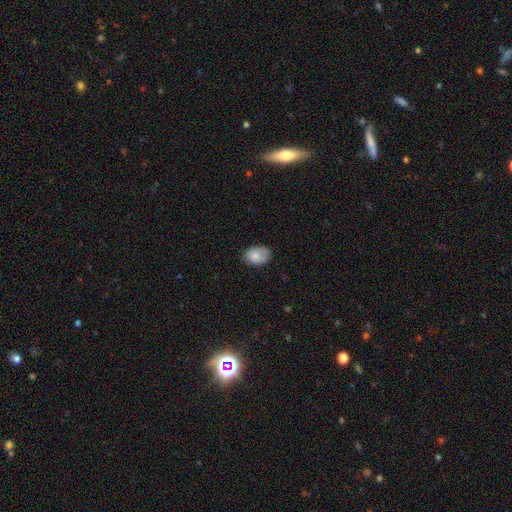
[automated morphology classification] This appears to be a smooth galaxy with no disk features (83%) that is in between round and cigar-shaped (77%). Merging: none (74%).